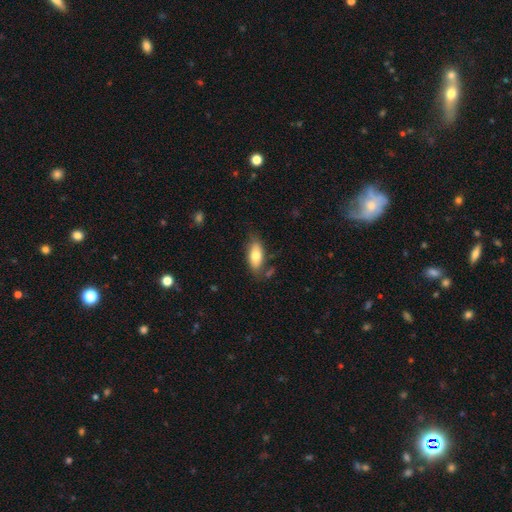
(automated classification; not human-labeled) Morphology: type=smooth (75%); roundness=in between (86%); merging=none (70%).